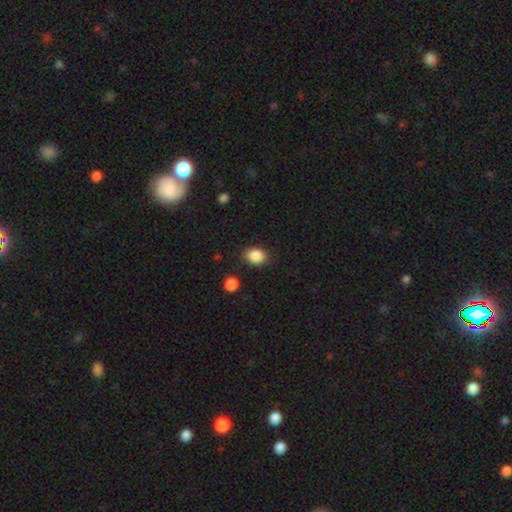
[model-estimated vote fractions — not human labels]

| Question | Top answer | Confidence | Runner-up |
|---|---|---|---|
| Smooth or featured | smooth | 88% | star or artifact (8%) |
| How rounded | in between | 65% | round (34%) |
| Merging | none | 85% | minor disturbance (10%) |